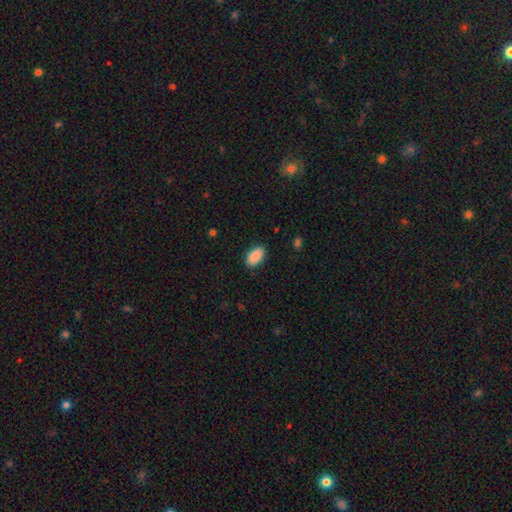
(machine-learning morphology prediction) smooth-or-featured: smooth: 90% | star or artifact: 7% | featured or disk: 3%
  how-rounded: in between: 94% | round: 4% | cigar-shaped: 2%
  merging: none: 87% | minor disturbance: 9% | major disturbance: 2% | merger: 1%